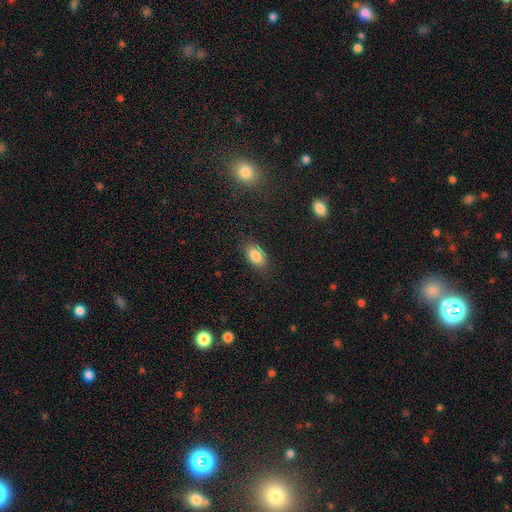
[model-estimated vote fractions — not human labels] Q: Smooth or featured?
A: smooth (84%); runner-up: star or artifact (8%)
Q: How rounded?
A: in between (91%); runner-up: round (6%)
Q: Merging?
A: none (84%); runner-up: minor disturbance (12%)